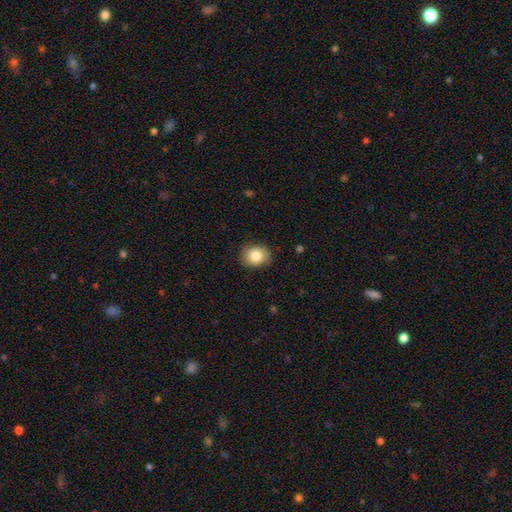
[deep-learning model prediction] The model was most divided on "how rounded": round: 55%, in between: 44%, cigar-shaped: 1%. More confident: smooth or featured — smooth (85%); merging — none (83%).